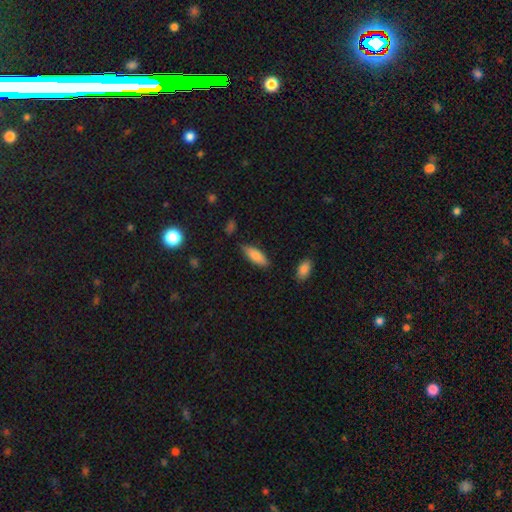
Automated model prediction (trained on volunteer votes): Smooth or featured?
  - smooth: 81% *
  - featured or disk: 12%
  - star or artifact: 7%
How rounded?
  - in between: 62% *
  - cigar-shaped: 36%
  - round: 2%
Merging?
  - none: 82% *
  - minor disturbance: 13%
  - major disturbance: 3%
  - merger: 2%